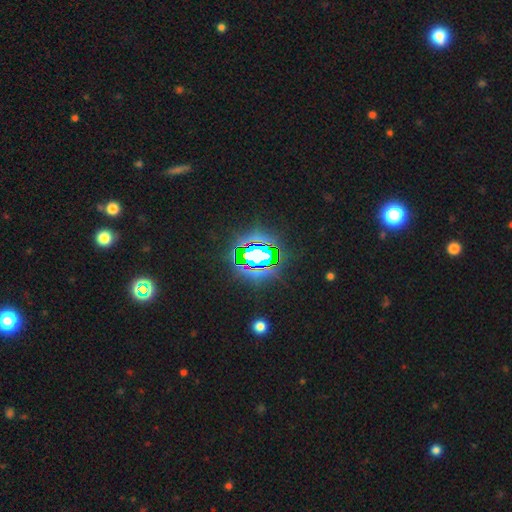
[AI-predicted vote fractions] smooth_or_featured: star or artifact (p=0.74) [alt: smooth p=0.14]